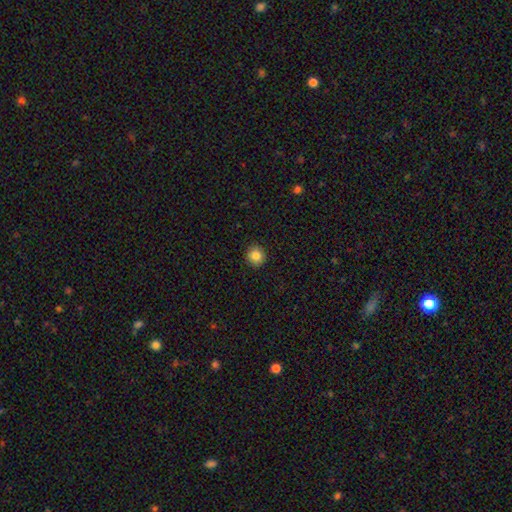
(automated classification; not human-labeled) Overall: smooth (84%). How rounded: round (93%). Merging: none (92%).